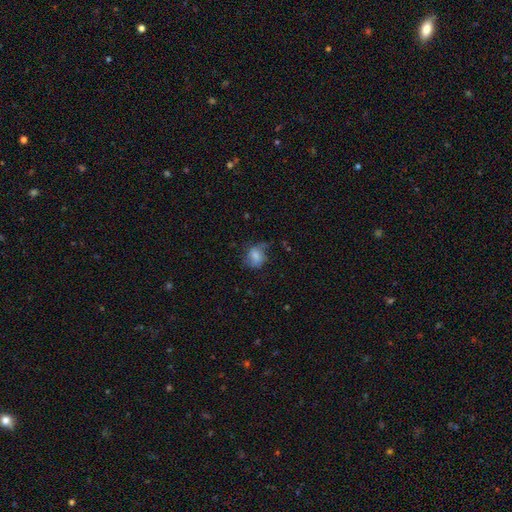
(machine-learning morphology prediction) Q: Smooth or featured?
A: smooth (73%); runner-up: featured or disk (17%)
Q: How rounded?
A: in between (50%); runner-up: round (49%)
Q: Merging?
A: none (50%); runner-up: minor disturbance (31%)